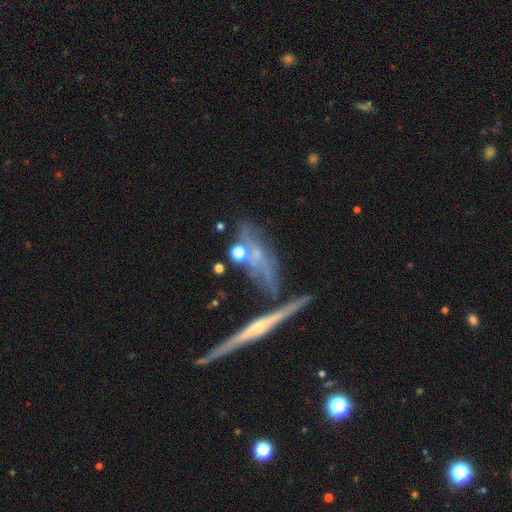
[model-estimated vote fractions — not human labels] Smooth or featured?
  - featured or disk: 56% *
  - smooth: 32%
  - star or artifact: 11%
Edge-on disk?
  - yes: 63% *
  - no: 37%
Merging?
  - none: 53% *
  - minor disturbance: 20%
  - merger: 16%
  - major disturbance: 11%